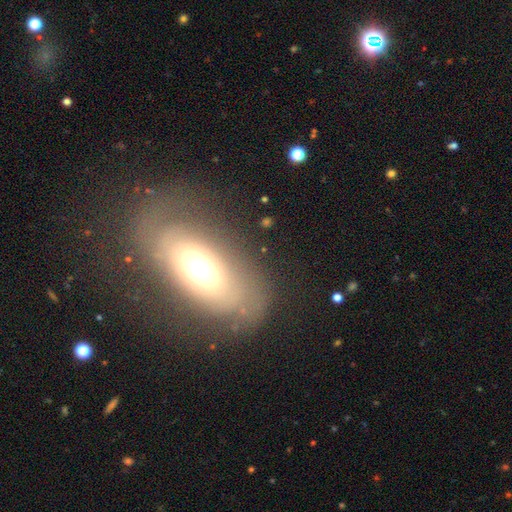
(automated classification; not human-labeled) Smooth or featured? featured or disk (55%)
Edge-on disk? no (85%)
Merging? none (72%)